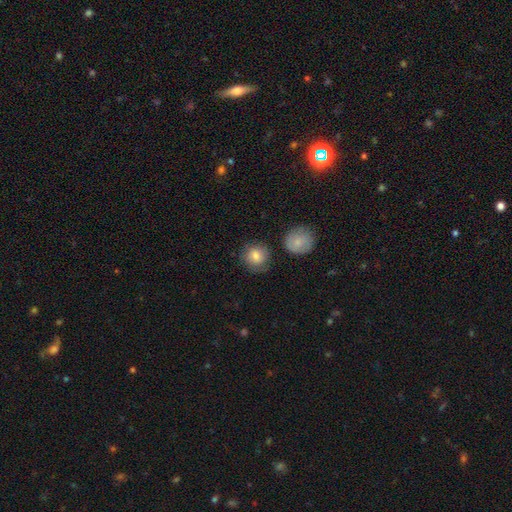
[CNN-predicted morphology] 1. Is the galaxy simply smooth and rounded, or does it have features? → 81% smooth, 11% featured or disk, 8% star or artifact.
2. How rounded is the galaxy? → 87% round, 12% in between, 1% cigar-shaped.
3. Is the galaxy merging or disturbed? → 73% none, 16% minor disturbance, 6% merger, 5% major disturbance.